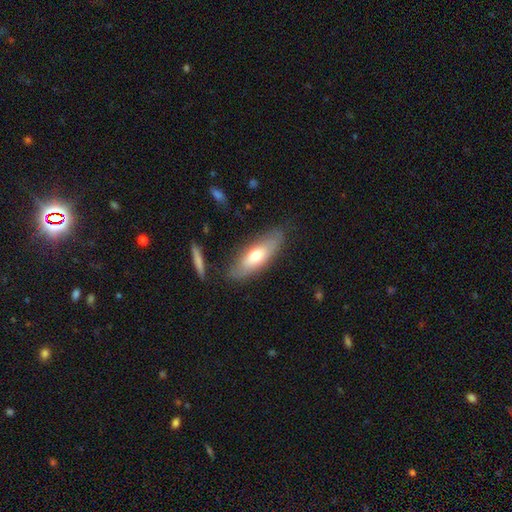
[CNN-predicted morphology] The model was most divided on "how rounded": in between: 61%, cigar-shaped: 37%, round: 2%. More confident: merging — none (77%); smooth or featured — smooth (61%).